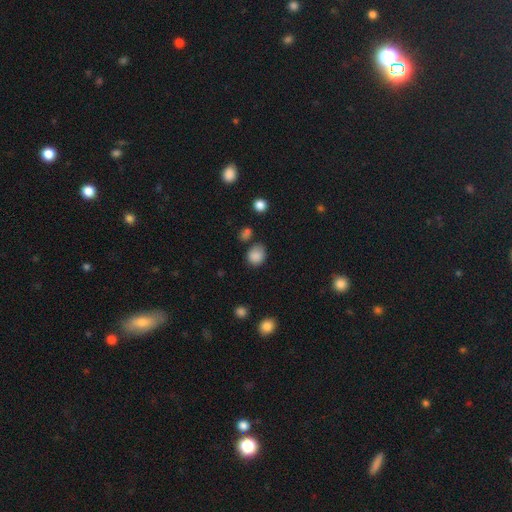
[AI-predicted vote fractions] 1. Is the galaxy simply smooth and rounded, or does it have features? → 85% smooth, 11% star or artifact, 4% featured or disk.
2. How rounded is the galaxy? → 68% round, 31% in between, 1% cigar-shaped.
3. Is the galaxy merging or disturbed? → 68% none, 20% minor disturbance, 6% merger, 5% major disturbance.